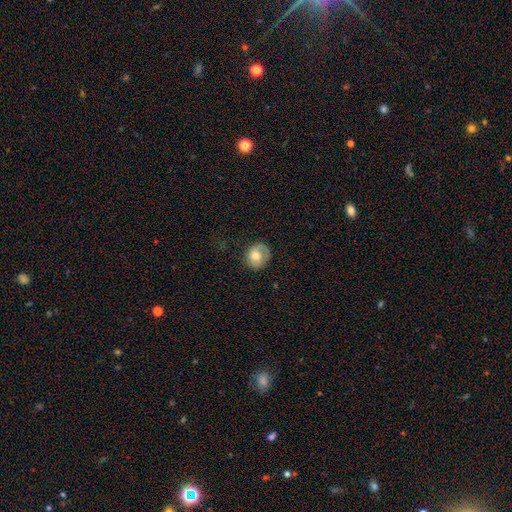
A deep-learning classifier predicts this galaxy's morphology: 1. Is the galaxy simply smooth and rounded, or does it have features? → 64% smooth, 28% featured or disk, 8% star or artifact.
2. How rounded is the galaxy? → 71% round, 28% in between, 1% cigar-shaped.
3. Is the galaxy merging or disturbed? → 66% none, 22% minor disturbance, 10% major disturbance, 1% merger.